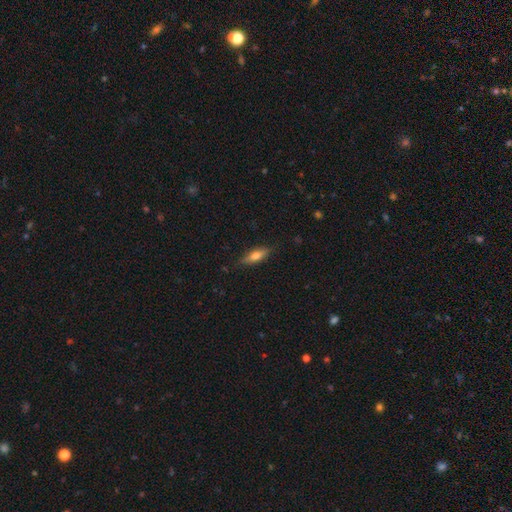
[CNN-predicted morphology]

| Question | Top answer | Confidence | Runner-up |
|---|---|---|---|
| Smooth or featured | smooth | 65% | featured or disk (29%) |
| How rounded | in between | 54% | cigar-shaped (44%) |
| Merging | none | 82% | minor disturbance (14%) |